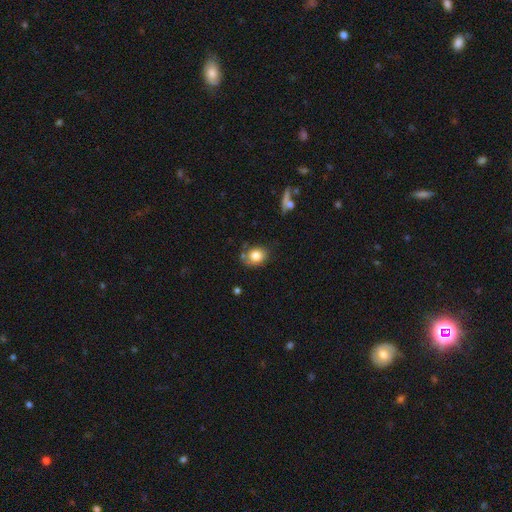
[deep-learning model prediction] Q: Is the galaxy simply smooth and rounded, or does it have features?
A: smooth — 80%.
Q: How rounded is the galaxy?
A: in between — 50%.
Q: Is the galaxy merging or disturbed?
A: none — 63%.